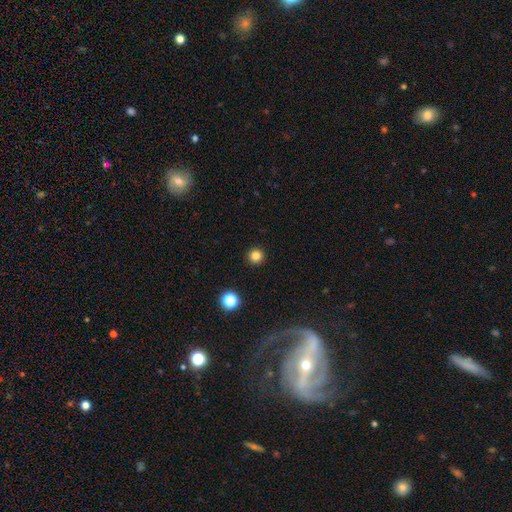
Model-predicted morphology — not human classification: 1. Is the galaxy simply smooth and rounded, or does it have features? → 82% smooth, 14% star or artifact, 4% featured or disk.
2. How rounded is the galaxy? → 96% round, 3% in between, 1% cigar-shaped.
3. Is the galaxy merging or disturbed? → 93% none, 4% minor disturbance, 2% major disturbance, 1% merger.